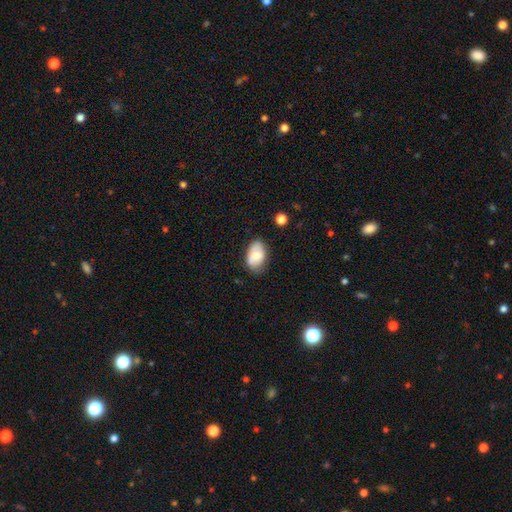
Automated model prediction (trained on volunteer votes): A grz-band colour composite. It shows a smooth galaxy with no disk features (69%) that is in between round and cigar-shaped (89%). Merging: none (67%).